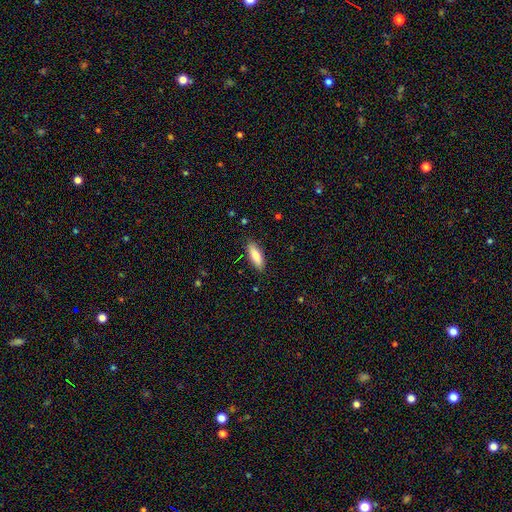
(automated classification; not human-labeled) smooth 84%, featured or disk 10%, star or artifact 6%. Down the decision tree: how rounded — in between (63%); merging — none (86%).